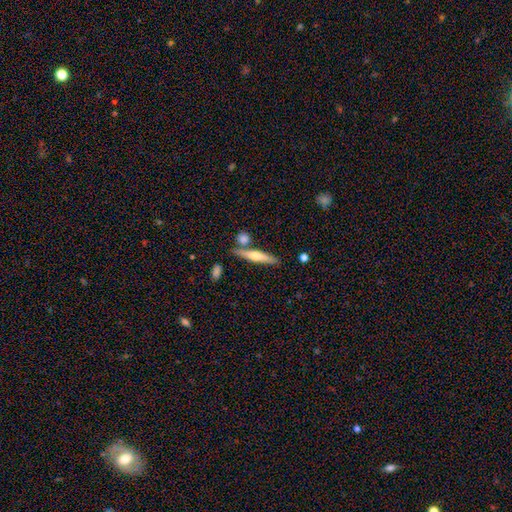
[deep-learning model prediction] The model was most divided on "smooth or featured": featured or disk: 49%, smooth: 45%, star or artifact: 6%. More confident: merging — none (75%).